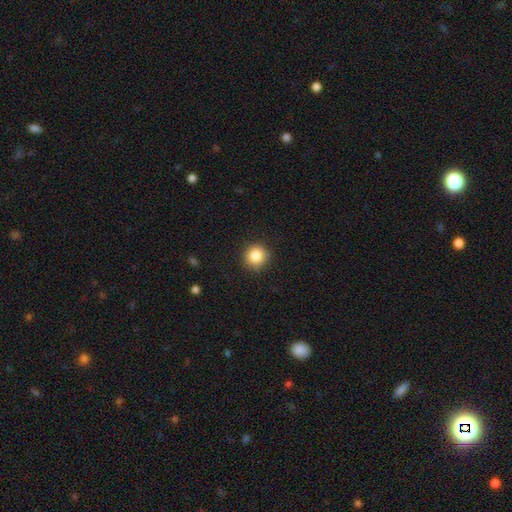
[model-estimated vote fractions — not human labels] Smooth or featured? Predicted: smooth (p=0.85). How rounded? Predicted: round (p=0.92). Merging? Predicted: none (p=0.88).